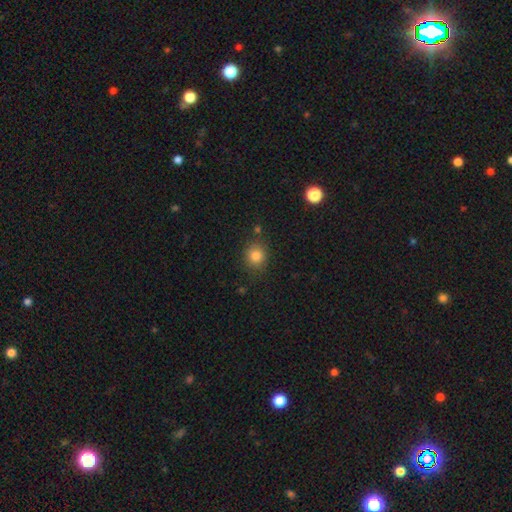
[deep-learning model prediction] Smooth or featured? smooth (83%)
How rounded? round (81%)
Merging? none (81%)